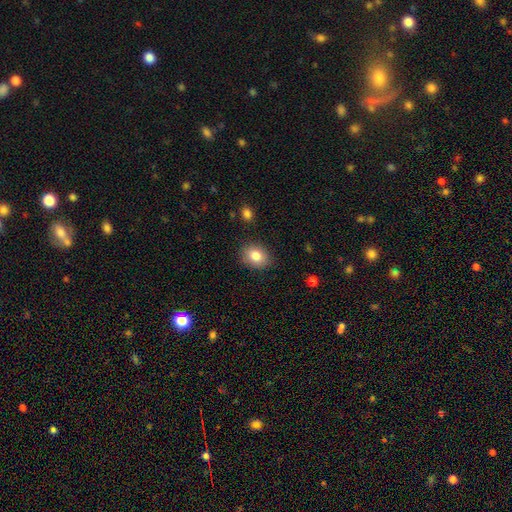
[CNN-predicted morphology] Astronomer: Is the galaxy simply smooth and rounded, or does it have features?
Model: smooth — 83%.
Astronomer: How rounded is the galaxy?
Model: in between — 60% (runner-up: round, 39%).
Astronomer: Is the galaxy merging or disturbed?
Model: none — 86%.